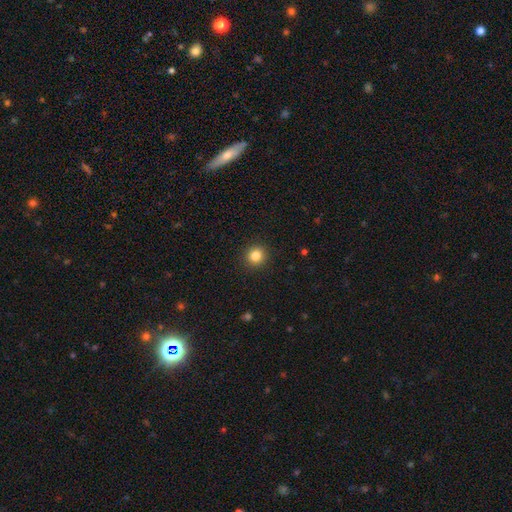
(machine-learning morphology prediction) Smooth or featured: smooth — 84% (star or artifact — 11%)
How rounded: round — 87% (in between — 12%)
Merging: none — 91% (minor disturbance — 6%)